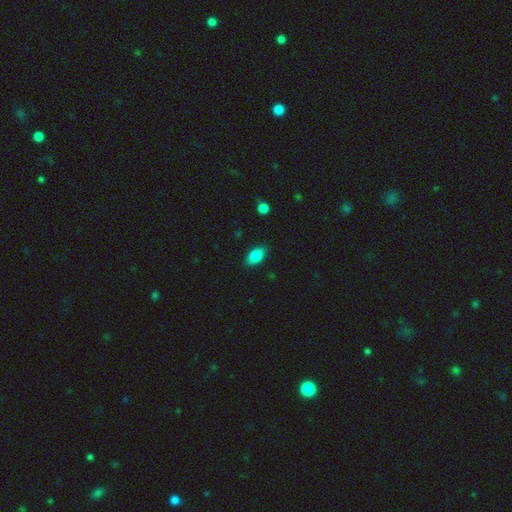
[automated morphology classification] The model was most divided on "merging": none: 86%, minor disturbance: 10%, major disturbance: 2%, merger: 1%. More confident: how rounded — in between (91%); smooth or featured — smooth (85%).